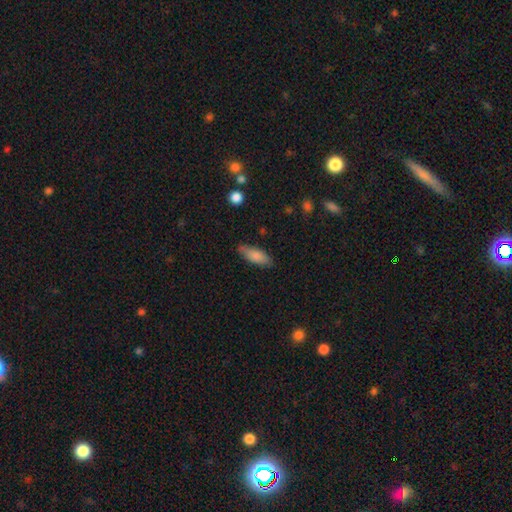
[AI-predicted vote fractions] smooth-or-featured: smooth: 82% | featured or disk: 11% | star or artifact: 6%
  how-rounded: in between: 66% | cigar-shaped: 32% | round: 2%
  merging: none: 76% | minor disturbance: 19% | major disturbance: 4% | merger: 2%